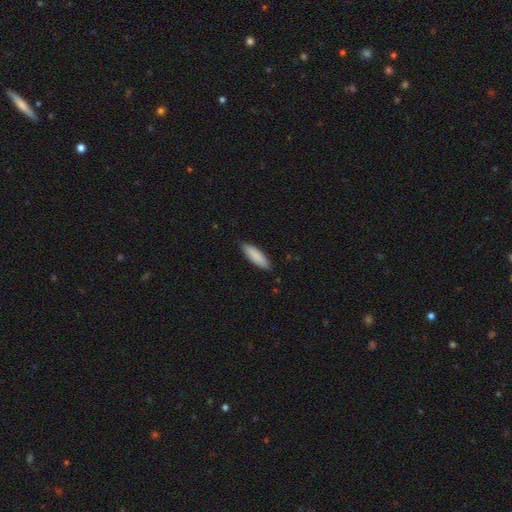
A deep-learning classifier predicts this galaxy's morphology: Overall: smooth (88%). How rounded: in between (52%; cigar-shaped 47%). Merging: none (86%).